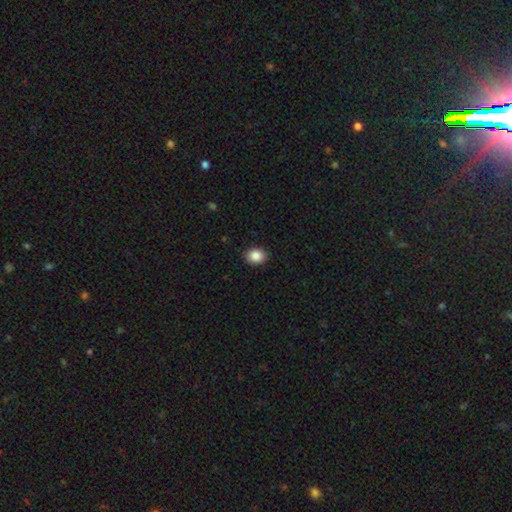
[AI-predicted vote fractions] Smooth or featured?
  - smooth: 88% *
  - star or artifact: 8%
  - featured or disk: 4%
How rounded?
  - in between: 51% *
  - round: 48%
  - cigar-shaped: 1%
Merging?
  - none: 90% *
  - minor disturbance: 7%
  - major disturbance: 2%
  - merger: 1%